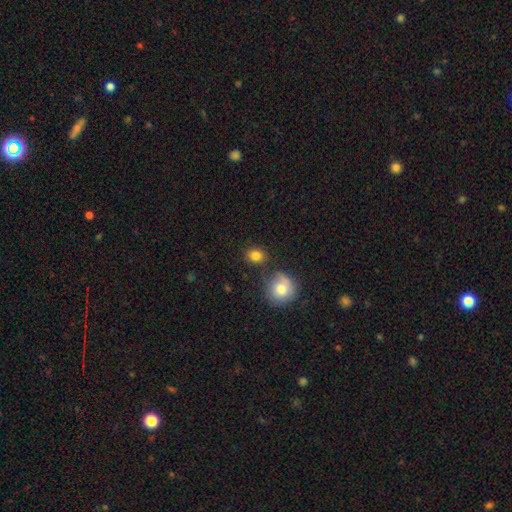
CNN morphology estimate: Overall: smooth (83%). How rounded: round (65%; in between 34%). Merging: none (77%).